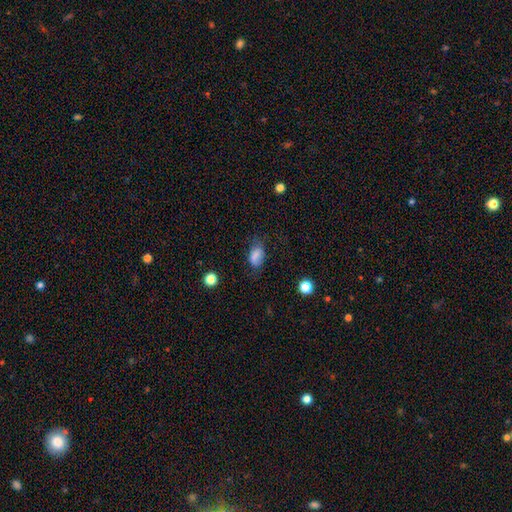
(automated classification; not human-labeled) Q: Smooth or featured?
A: smooth (77%); runner-up: featured or disk (13%)
Q: How rounded?
A: in between (84%); runner-up: round (13%)
Q: Merging?
A: none (63%); runner-up: minor disturbance (25%)